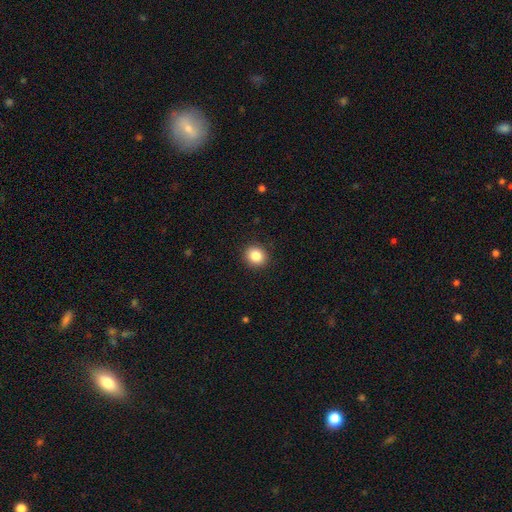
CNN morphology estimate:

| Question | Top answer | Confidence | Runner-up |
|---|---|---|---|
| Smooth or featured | smooth | 85% | star or artifact (9%) |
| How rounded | round | 80% | in between (19%) |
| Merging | none | 91% | minor disturbance (6%) |